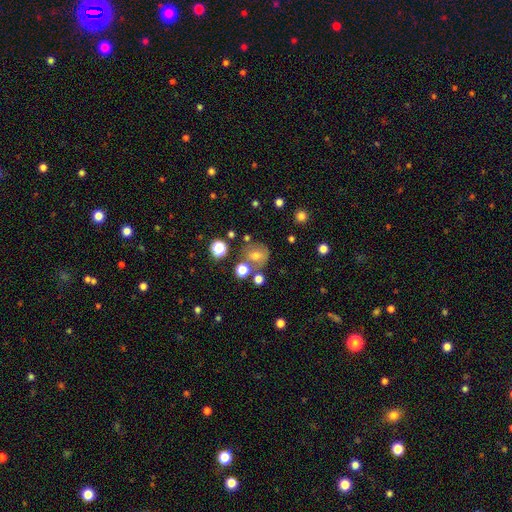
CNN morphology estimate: Smooth or featured?
  - smooth: 58% *
  - featured or disk: 22%
  - star or artifact: 20%
How rounded?
  - round: 76% *
  - in between: 23%
  - cigar-shaped: 1%
Merging?
  - none: 62% *
  - minor disturbance: 16%
  - merger: 14%
  - major disturbance: 9%